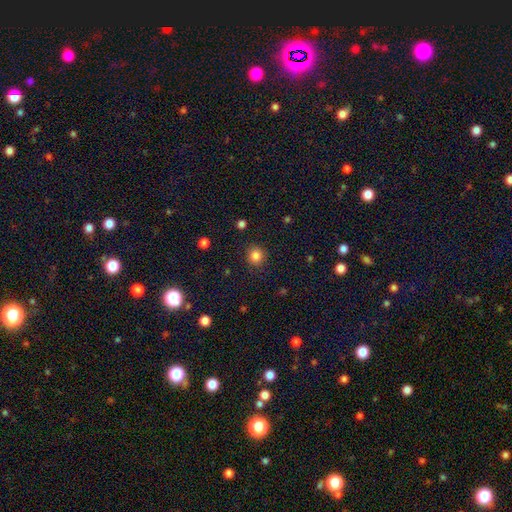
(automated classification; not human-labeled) Smooth or featured? Predicted: smooth (p=0.84). How rounded? Predicted: round (p=0.91). Merging? Predicted: none (p=0.89).